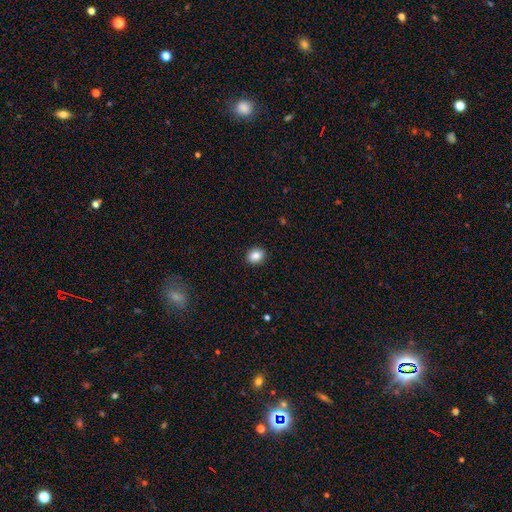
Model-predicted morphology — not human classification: Smooth or featured: smooth — 86% (star or artifact — 9%)
How rounded: round — 57% (in between — 42%)
Merging: none — 91% (minor disturbance — 6%)